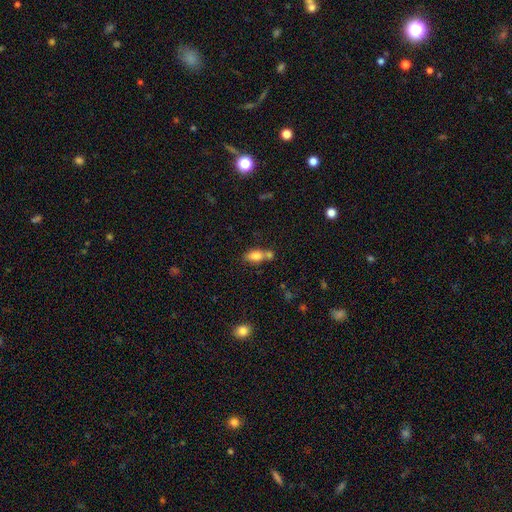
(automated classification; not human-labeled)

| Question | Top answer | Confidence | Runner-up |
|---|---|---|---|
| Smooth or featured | smooth | 80% | featured or disk (10%) |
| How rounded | in between | 84% | round (9%) |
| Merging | none | 42% | merger (40%) |